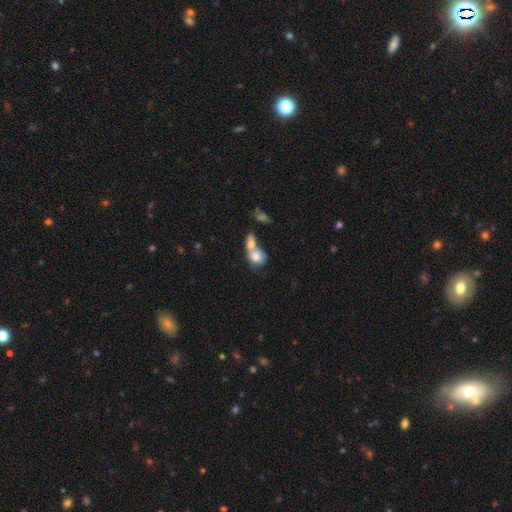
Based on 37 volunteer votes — A smooth galaxy with no disk features (78%) that is round (72%).

Vote fractions:
- Smooth or featured? smooth: 78% / featured or disk: 16% / star or artifact: 5%
- How rounded? round: 72% / in between: 21% / cigar-shaped: 7%
- Merging? merger: 54% / none: 31% / minor disturbance: 14% / major disturbance: 0%